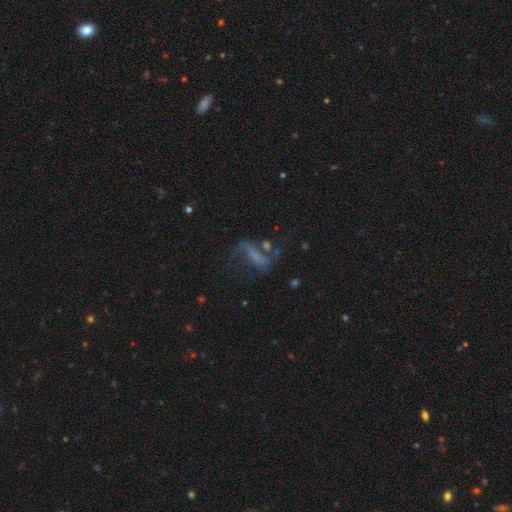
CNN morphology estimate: Smooth or featured: featured or disk — 53% (smooth — 29%)
Edge-on disk: no — 87% (yes — 13%)
Merging: none — 39% (major disturbance — 31%)